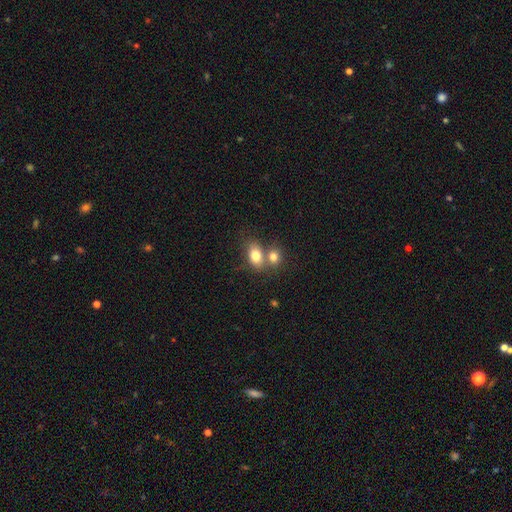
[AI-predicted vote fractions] Overall: smooth (79%). How rounded: in between (75%). Merging: merger (50%; none 36%).